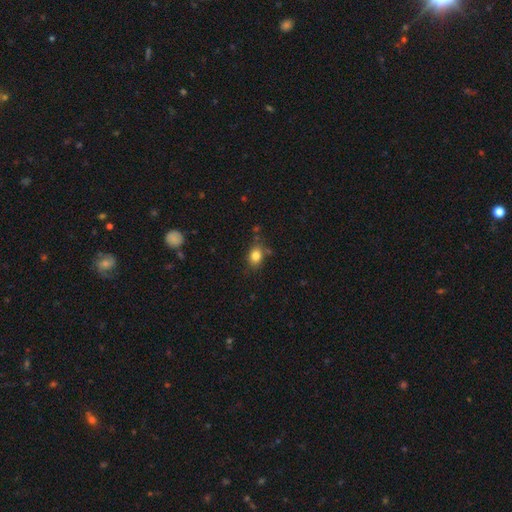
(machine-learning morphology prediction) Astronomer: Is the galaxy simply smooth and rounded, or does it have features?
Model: smooth — 83%.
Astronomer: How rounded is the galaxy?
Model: in between — 59% (runner-up: round, 40%).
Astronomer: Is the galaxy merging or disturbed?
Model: none — 76%.